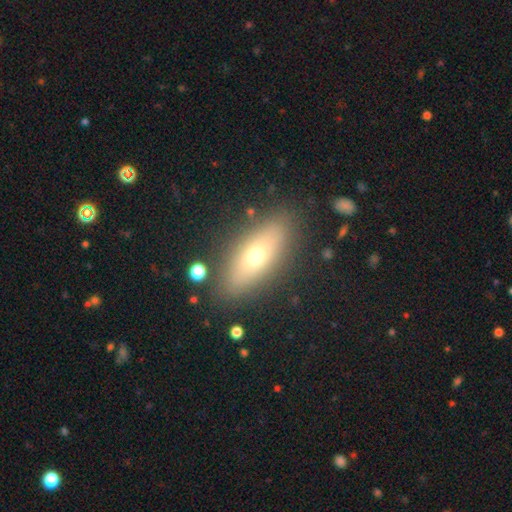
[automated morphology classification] Smooth or featured?
  - smooth: 56% *
  - featured or disk: 33%
  - star or artifact: 10%
How rounded?
  - in between: 62% *
  - cigar-shaped: 33%
  - round: 4%
Merging?
  - none: 86% *
  - minor disturbance: 9%
  - major disturbance: 3%
  - merger: 2%